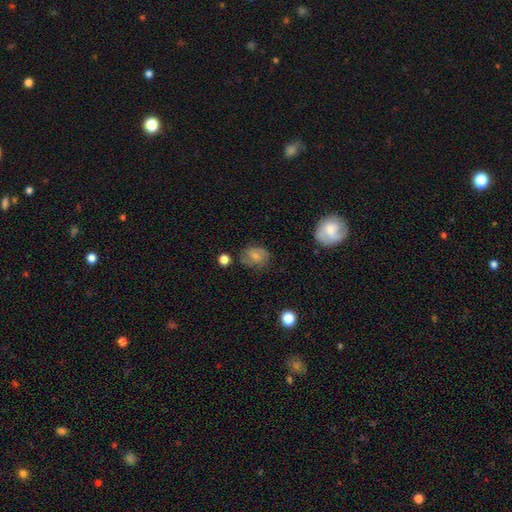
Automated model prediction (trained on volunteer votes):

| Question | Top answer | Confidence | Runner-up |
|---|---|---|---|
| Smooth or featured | smooth | 64% | featured or disk (25%) |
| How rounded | in between | 55% | round (44%) |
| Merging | none | 66% | minor disturbance (23%) |